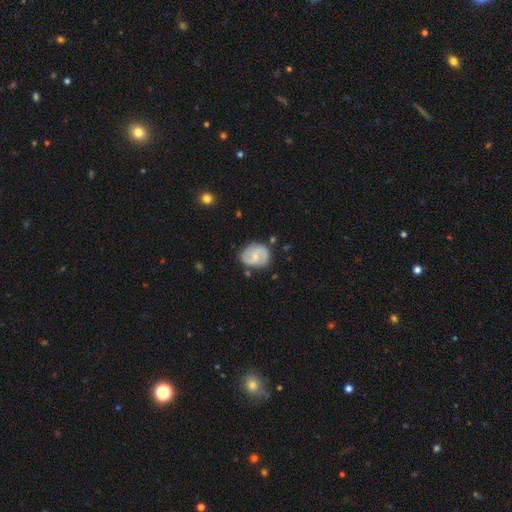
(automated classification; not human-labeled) Morphology: type=featured or disk (59%); edge-on=no (97%); bar=no (53%); spiral arms=yes (81%); bulge=small (55%); merging=none (72%).